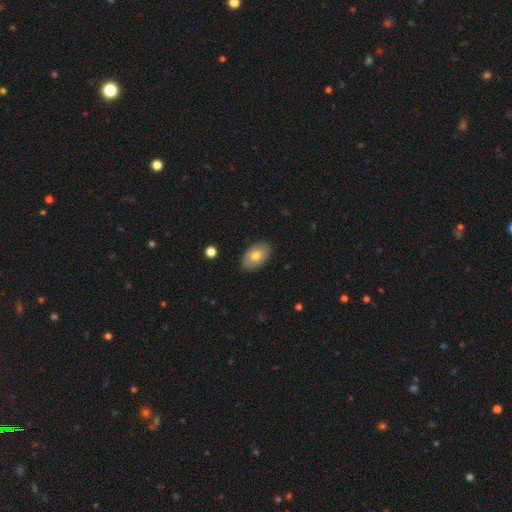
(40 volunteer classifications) Volunteers were most divided on "smooth or featured": smooth: 65%, featured or disk: 25%, star or artifact: 10%. More confident: merging — none (86%); how rounded — in between (85%).